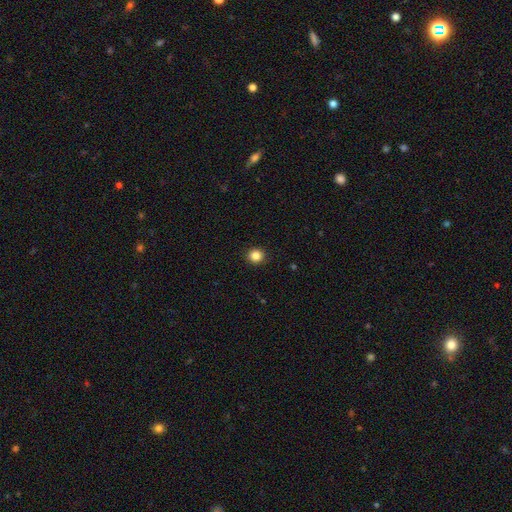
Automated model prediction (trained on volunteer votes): smooth-or-featured: smooth: 85% | star or artifact: 12% | featured or disk: 4%
  how-rounded: round: 91% | in between: 8% | cigar-shaped: 1%
  merging: none: 93% | minor disturbance: 5% | major disturbance: 2% | merger: 1%